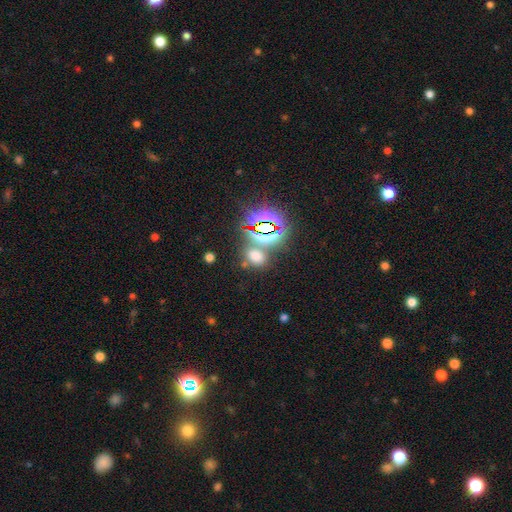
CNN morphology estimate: Smooth or featured? smooth (55%)
How rounded? in between (62%)
Merging? none (67%)